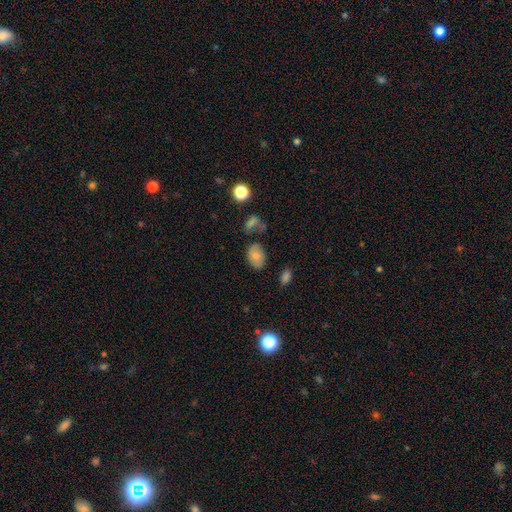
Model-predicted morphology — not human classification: Overall: smooth (79%). How rounded: in between (85%). Merging: none (71%).